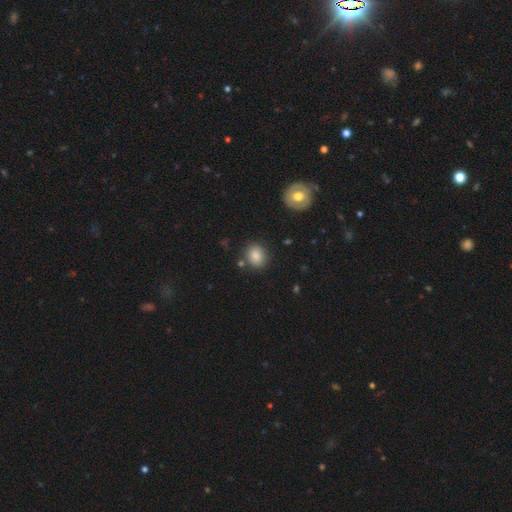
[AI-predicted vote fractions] smooth-or-featured: smooth: 85% | star or artifact: 9% | featured or disk: 6%
  how-rounded: round: 58% | in between: 41% | cigar-shaped: 1%
  merging: none: 82% | minor disturbance: 10% | merger: 4% | major disturbance: 3%